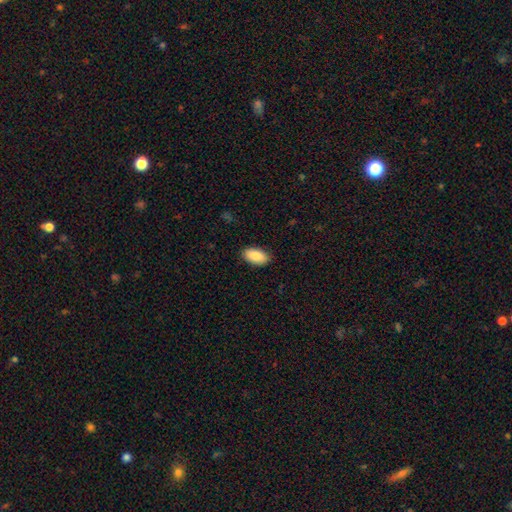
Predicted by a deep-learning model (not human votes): smooth_or_featured: smooth (p=0.88) [alt: star or artifact p=0.06]
how_rounded: in between (p=0.94) [alt: round p=0.03]
merging: none (p=0.89) [alt: minor disturbance p=0.08]